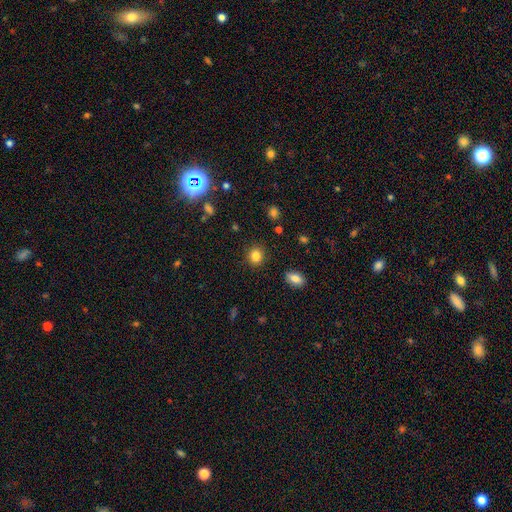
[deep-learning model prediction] Smooth or featured? smooth (83%)
How rounded? round (83%)
Merging? none (90%)